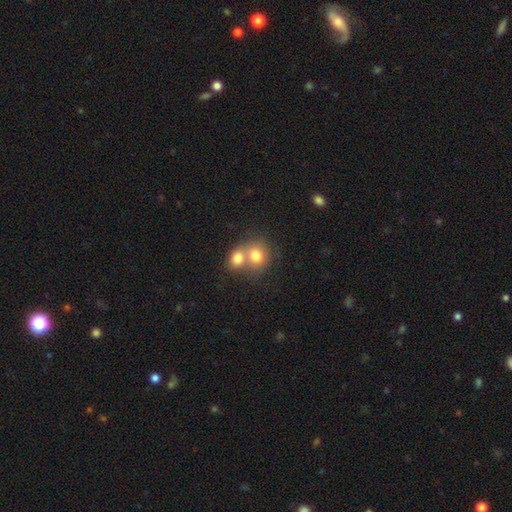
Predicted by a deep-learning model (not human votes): This appears to be a smooth galaxy with no disk features (76%) that is round (70%). Merging: merger (64%).